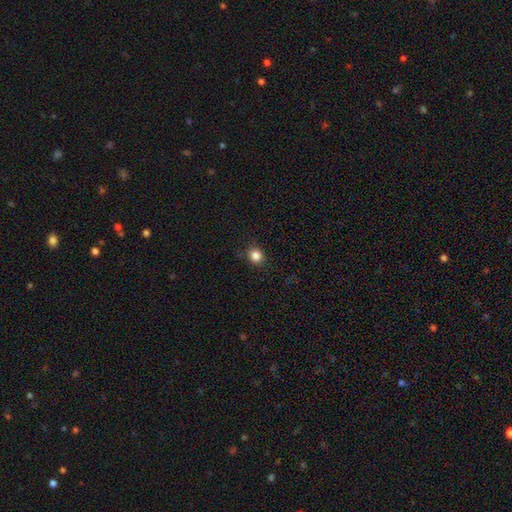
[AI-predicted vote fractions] smooth 84%, star or artifact 11%, featured or disk 4%. Down the decision tree: how rounded — round (76%); merging — none (86%).